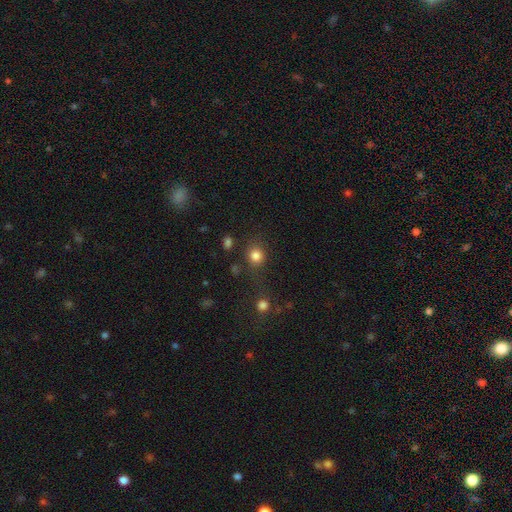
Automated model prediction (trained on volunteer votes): smooth_or_featured: smooth (p=0.81) [alt: star or artifact p=0.13]
how_rounded: round (p=0.82) [alt: in between p=0.17]
merging: none (p=0.72) [alt: minor disturbance p=0.13]